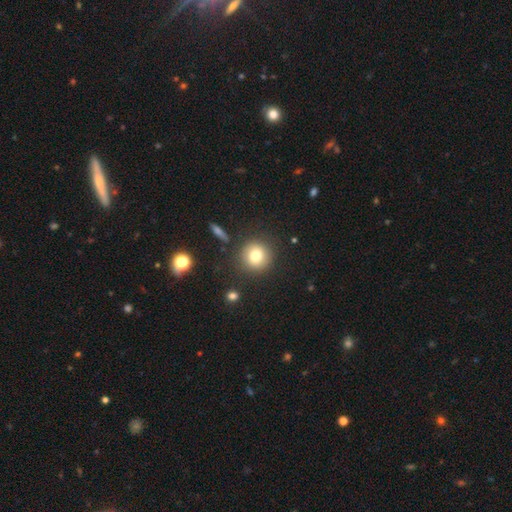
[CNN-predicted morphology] This appears to be a smooth galaxy with no disk features (78%) that is round (91%). Merging: none (86%).